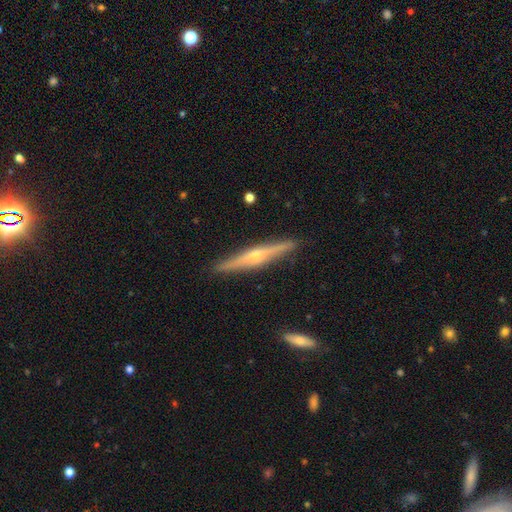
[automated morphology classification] A featured or disk galaxy (76%) viewed edge-on (97%) with a rounded central bulge (89%).

Vote fractions:
- Smooth or featured? featured or disk: 76% / smooth: 18% / star or artifact: 6%
- Edge-on disk? yes: 97% / no: 3%
- Edge-on bulge? rounded: 89% / none: 8% / boxy: 4%
- Merging? none: 91% / minor disturbance: 7% / major disturbance: 1% / merger: 1%